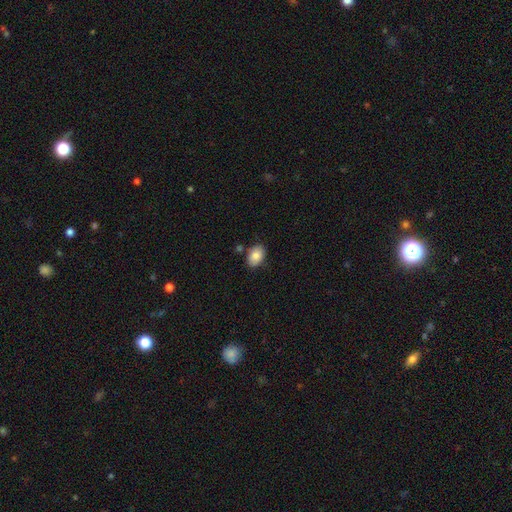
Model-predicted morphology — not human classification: type=smooth (85%); roundness=in between (87%); merging=none (80%).